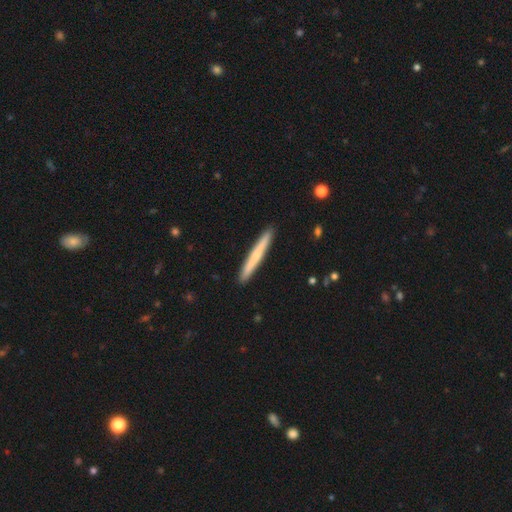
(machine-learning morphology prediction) Smooth or featured: smooth — 62% (featured or disk — 33%)
How rounded: cigar-shaped — 97% (in between — 2%)
Merging: none — 92% (minor disturbance — 6%)